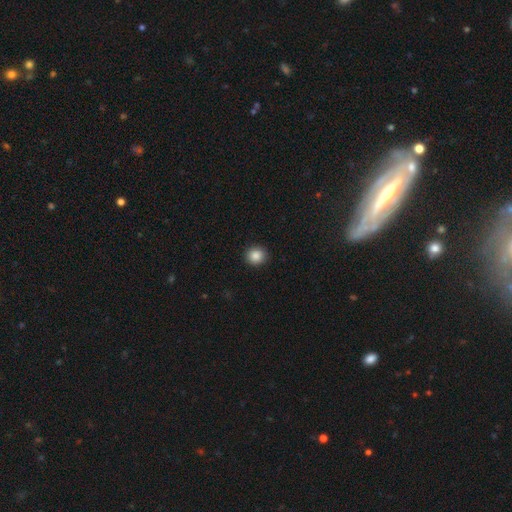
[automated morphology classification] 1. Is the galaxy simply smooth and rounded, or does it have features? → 87% smooth, 10% star or artifact, 4% featured or disk.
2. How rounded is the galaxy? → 89% round, 10% in between, 1% cigar-shaped.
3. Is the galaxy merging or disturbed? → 91% none, 6% minor disturbance, 2% major disturbance, 1% merger.